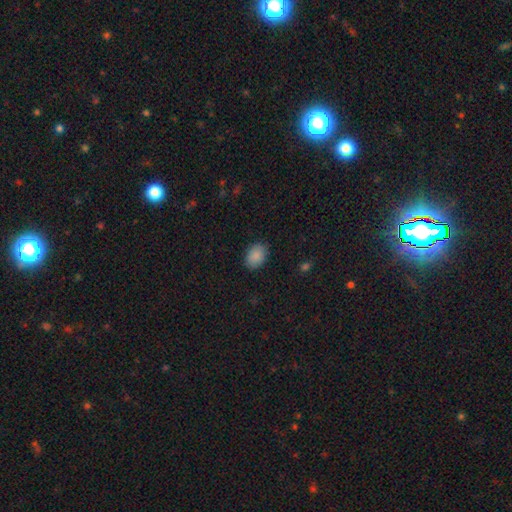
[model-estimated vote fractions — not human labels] A smooth galaxy with no disk features (89%) that is in between round and cigar-shaped (75%).

Vote fractions:
- Smooth or featured? smooth: 89% / star or artifact: 8% / featured or disk: 3%
- How rounded? in between: 75% / round: 24% / cigar-shaped: 1%
- Merging? none: 86% / minor disturbance: 10% / major disturbance: 2% / merger: 1%